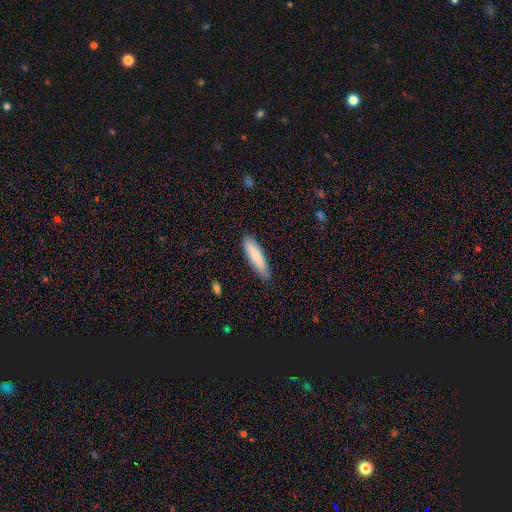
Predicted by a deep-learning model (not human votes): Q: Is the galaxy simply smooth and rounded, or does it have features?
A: smooth — 81%.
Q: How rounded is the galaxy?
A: cigar-shaped — 70%.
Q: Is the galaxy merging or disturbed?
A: none — 86%.